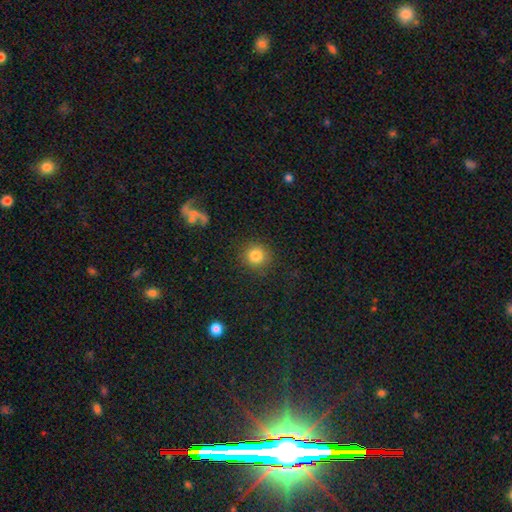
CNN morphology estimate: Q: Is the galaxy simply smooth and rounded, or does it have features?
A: smooth — 82%.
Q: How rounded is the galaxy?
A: round — 91%.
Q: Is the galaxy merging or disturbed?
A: none — 88%.